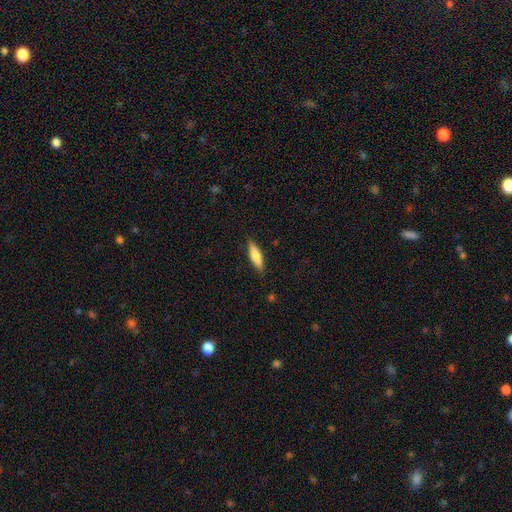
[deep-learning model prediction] This appears to be a smooth galaxy with no disk features (69%) that is cigar-shaped (66%). Merging: none (88%).